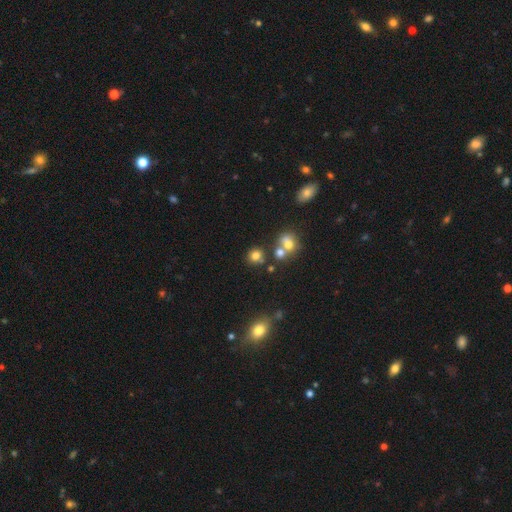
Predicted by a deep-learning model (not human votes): Q: Smooth or featured?
A: smooth (75%); runner-up: star or artifact (16%)
Q: How rounded?
A: round (83%); runner-up: in between (16%)
Q: Merging?
A: none (67%); runner-up: merger (18%)